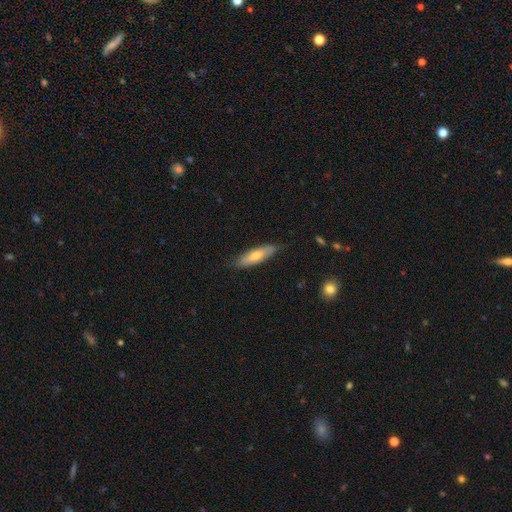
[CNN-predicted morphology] smooth-or-featured: smooth: 61% | featured or disk: 33% | star or artifact: 6%
  how-rounded: cigar-shaped: 59% | in between: 39% | round: 2%
  merging: none: 77% | minor disturbance: 19% | major disturbance: 3% | merger: 1%